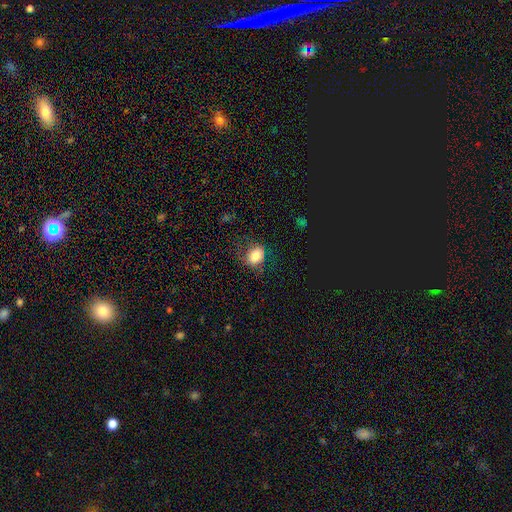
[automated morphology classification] This appears to be a smooth galaxy with no disk features (79%) that is in between round and cigar-shaped (56%). Merging: none (68%).